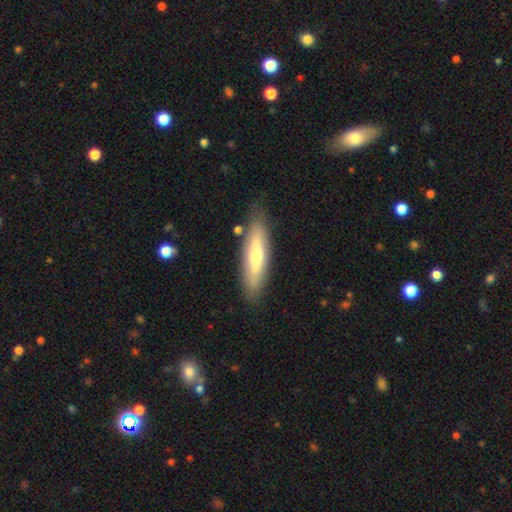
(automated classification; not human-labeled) smooth 49%, featured or disk 45%, star or artifact 6%. Down the decision tree: merging — none (79%).